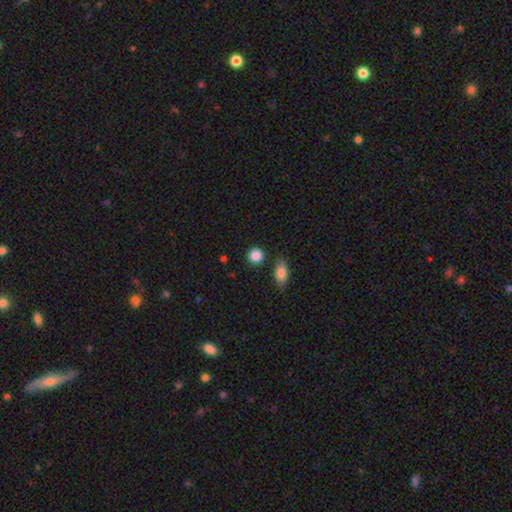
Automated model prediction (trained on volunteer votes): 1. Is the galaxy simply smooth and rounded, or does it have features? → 88% smooth, 9% star or artifact, 3% featured or disk.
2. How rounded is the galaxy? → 86% round, 12% in between, 1% cigar-shaped.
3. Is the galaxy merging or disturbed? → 84% none, 9% minor disturbance, 5% merger, 3% major disturbance.